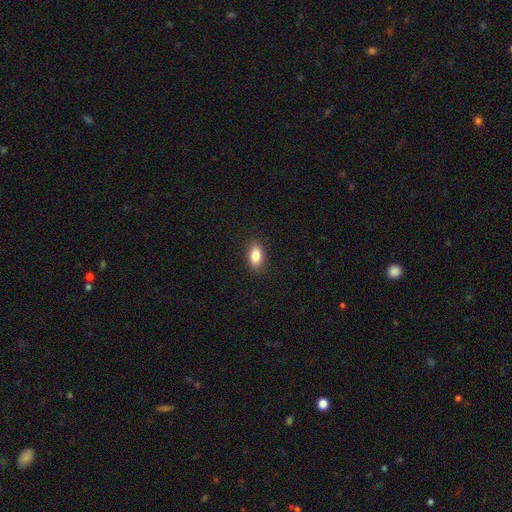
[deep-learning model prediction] Overall: smooth (83%). How rounded: in between (87%). Merging: none (88%).